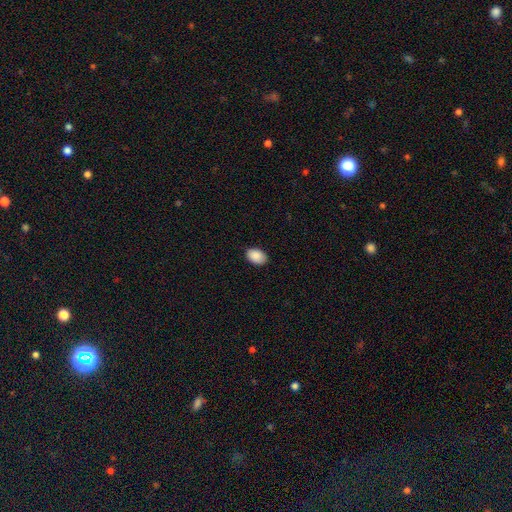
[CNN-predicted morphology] Smooth or featured?
  - smooth: 90% *
  - star or artifact: 7%
  - featured or disk: 4%
How rounded?
  - in between: 88% *
  - round: 11%
  - cigar-shaped: 1%
Merging?
  - none: 86% *
  - minor disturbance: 11%
  - major disturbance: 2%
  - merger: 1%